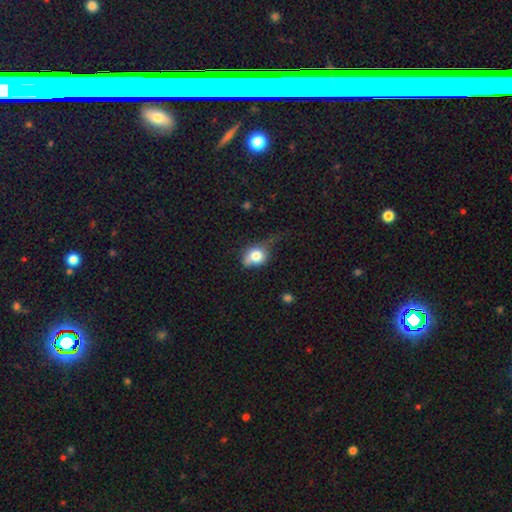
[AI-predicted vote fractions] Q: Smooth or featured?
A: smooth (75%); runner-up: featured or disk (16%)
Q: How rounded?
A: round (53%); runner-up: in between (46%)
Q: Merging?
A: minor disturbance (38%); runner-up: none (33%)